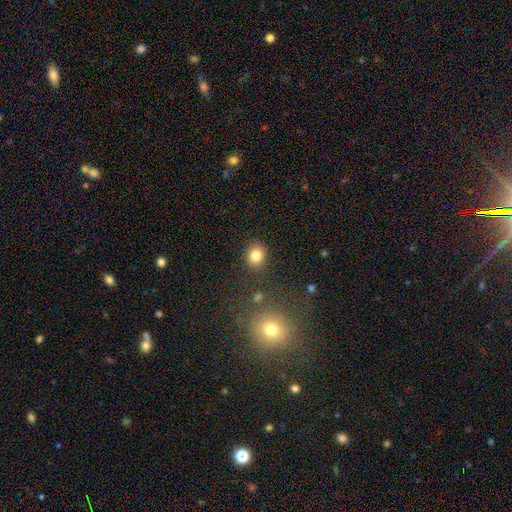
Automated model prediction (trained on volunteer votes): Smooth or featured: smooth — 83% (star or artifact — 11%)
How rounded: round — 71% (in between — 28%)
Merging: none — 85% (minor disturbance — 9%)